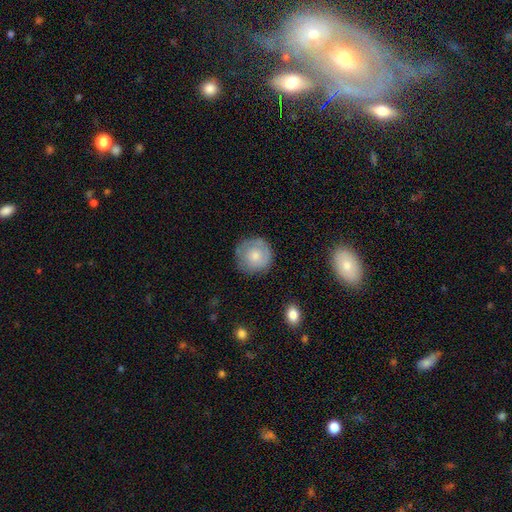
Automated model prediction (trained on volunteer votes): Smooth or featured? Predicted: smooth (p=0.70). How rounded? Predicted: round (p=0.94). Merging? Predicted: none (p=0.78).